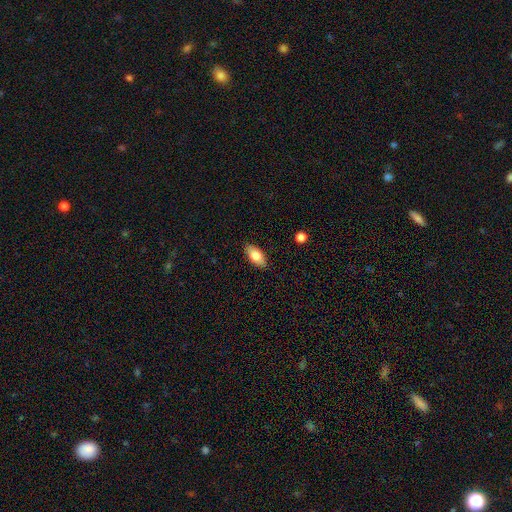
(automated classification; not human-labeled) smooth 82%, featured or disk 12%, star or artifact 7%. Down the decision tree: how rounded — in between (90%); merging — none (87%).